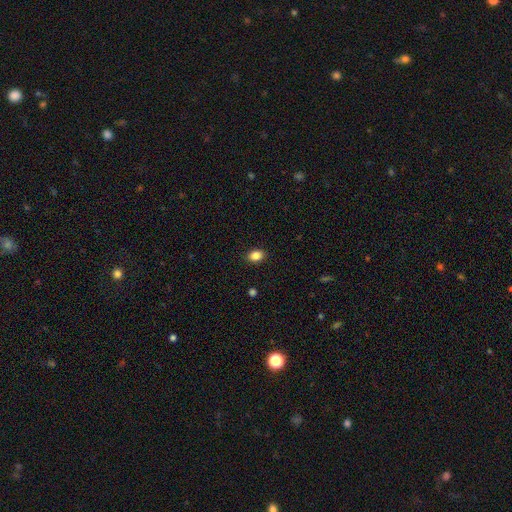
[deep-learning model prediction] Smooth or featured?
  - smooth: 86% *
  - star or artifact: 10%
  - featured or disk: 5%
How rounded?
  - in between: 72% *
  - round: 27%
  - cigar-shaped: 1%
Merging?
  - none: 89% *
  - minor disturbance: 8%
  - major disturbance: 2%
  - merger: 1%